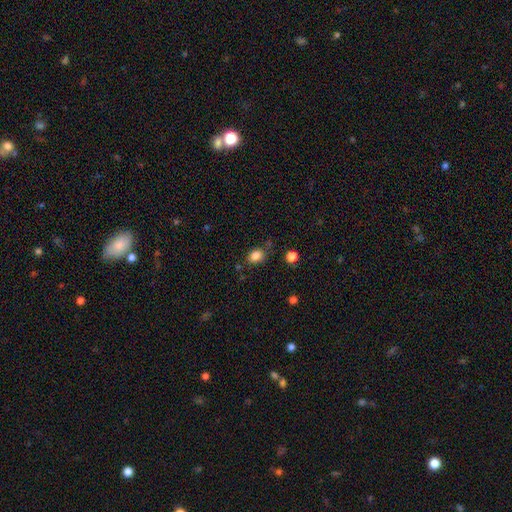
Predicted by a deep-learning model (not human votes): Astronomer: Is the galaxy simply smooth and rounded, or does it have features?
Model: smooth — 84%.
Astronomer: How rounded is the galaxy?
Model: in between — 64%.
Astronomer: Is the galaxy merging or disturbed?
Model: none — 74%.